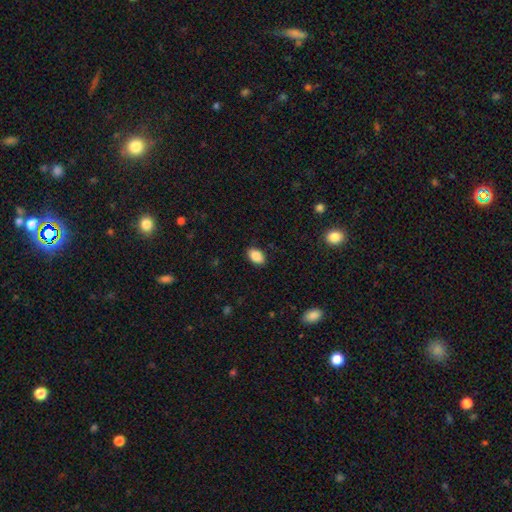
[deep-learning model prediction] This appears to be a smooth galaxy with no disk features (87%) that is in between round and cigar-shaped (89%). Merging: none (87%).